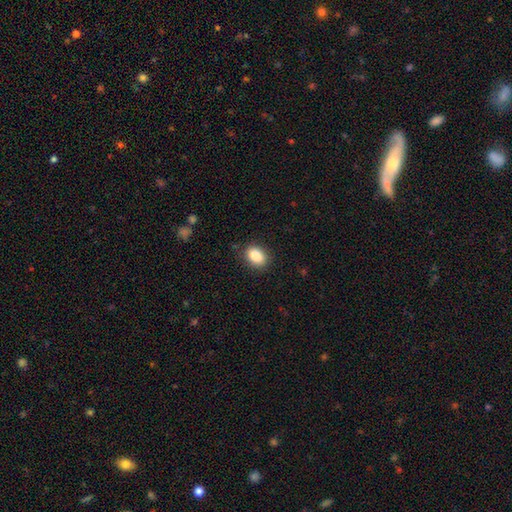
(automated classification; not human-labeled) Morphology: type=smooth (88%); roundness=in between (82%); merging=none (85%).